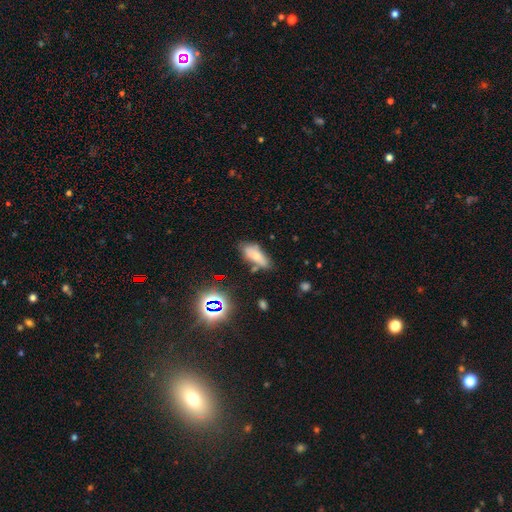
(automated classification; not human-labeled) Smooth or featured? smooth (67%)
How rounded? in between (76%)
Merging? none (61%)